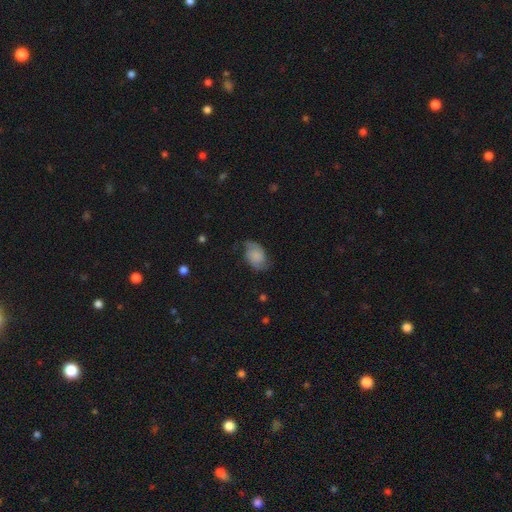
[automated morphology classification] Smooth or featured? featured or disk (53%)
Edge-on disk? no (97%)
Bar? no (70%)
Spiral arms? yes (90%)
Bulge size? none (46%)
Merging? none (64%)